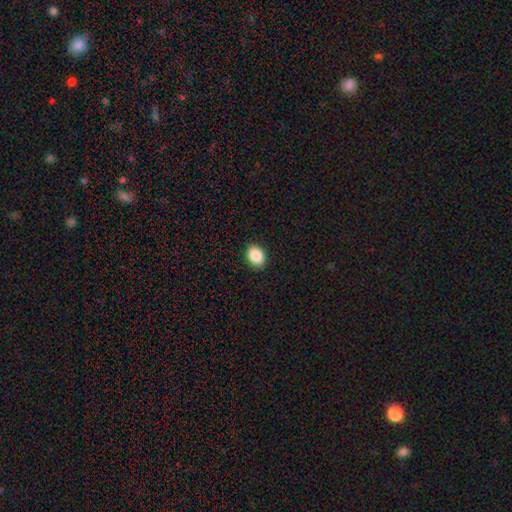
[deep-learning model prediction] The model was most divided on "how rounded": in between: 72%, round: 27%, cigar-shaped: 1%. More confident: merging — none (91%); smooth or featured — smooth (88%).